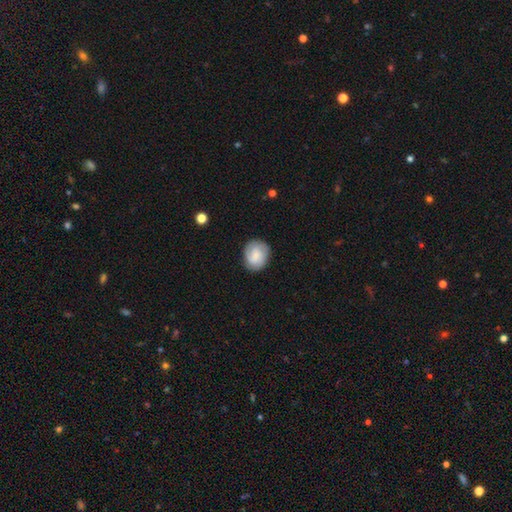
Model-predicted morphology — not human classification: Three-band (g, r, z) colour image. It shows a smooth galaxy with no disk features (56%) that is round (69%). Merging: none (82%).